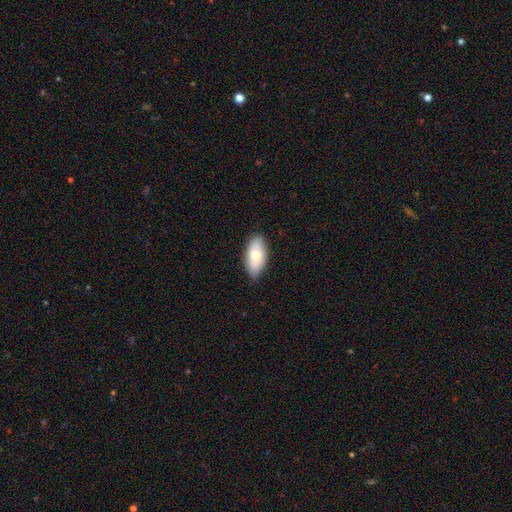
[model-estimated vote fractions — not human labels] Smooth or featured: smooth — 70% (featured or disk — 24%)
How rounded: in between — 92% (cigar-shaped — 5%)
Merging: none — 81% (minor disturbance — 16%)